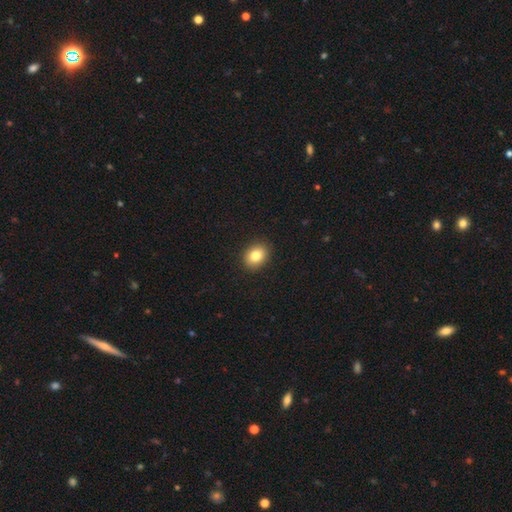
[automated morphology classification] This is clearly a smooth galaxy (83%). How rounded: likely in between (60%). Merging: clearly none (91%).